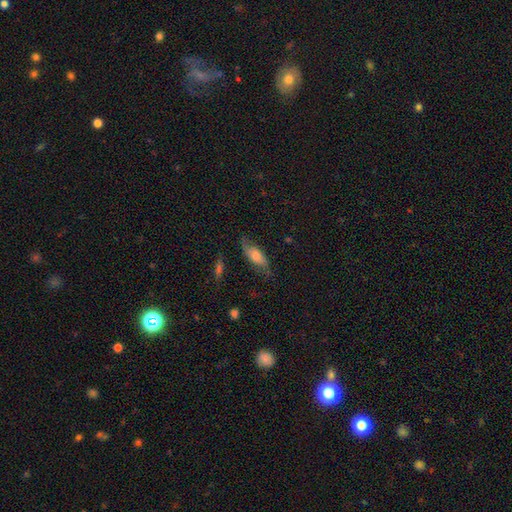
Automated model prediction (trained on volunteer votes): Smooth or featured: smooth — 48% (featured or disk — 44%)
Merging: none — 64% (minor disturbance — 24%)